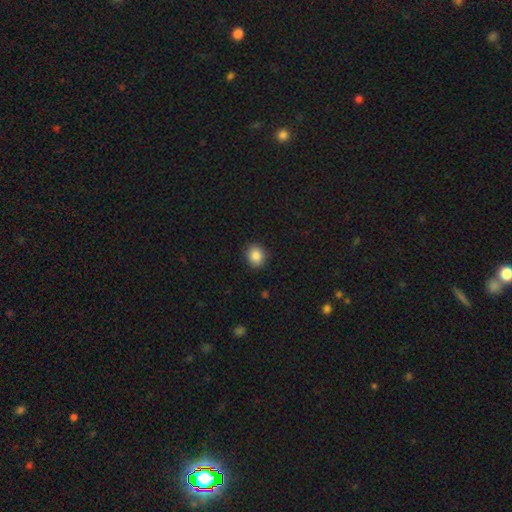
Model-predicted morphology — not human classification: This is clearly a smooth galaxy (87%). How rounded: likely round (68%). Merging: clearly none (89%).